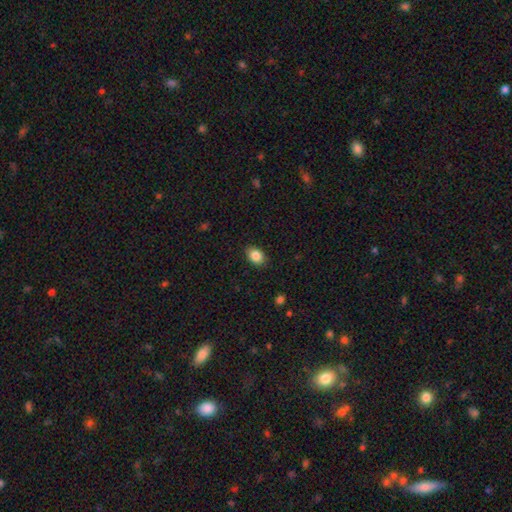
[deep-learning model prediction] Smooth or featured? Predicted: smooth (p=0.87). How rounded? Predicted: in between (p=0.78). Merging? Predicted: none (p=0.88).